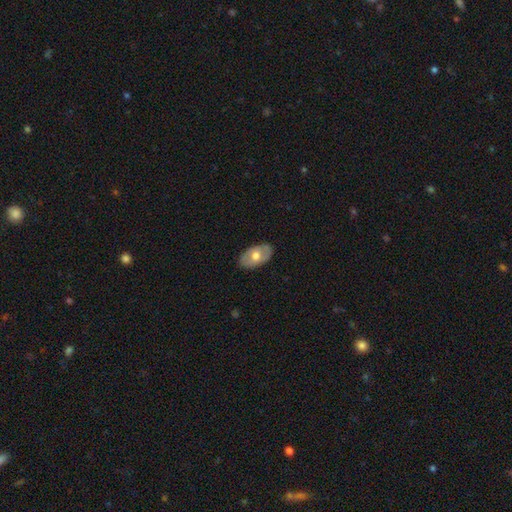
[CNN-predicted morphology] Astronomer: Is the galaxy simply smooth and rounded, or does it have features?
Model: smooth — 53% (runner-up: featured or disk, 42%).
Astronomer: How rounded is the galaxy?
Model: in between — 92%.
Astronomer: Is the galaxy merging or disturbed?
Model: none — 82%.